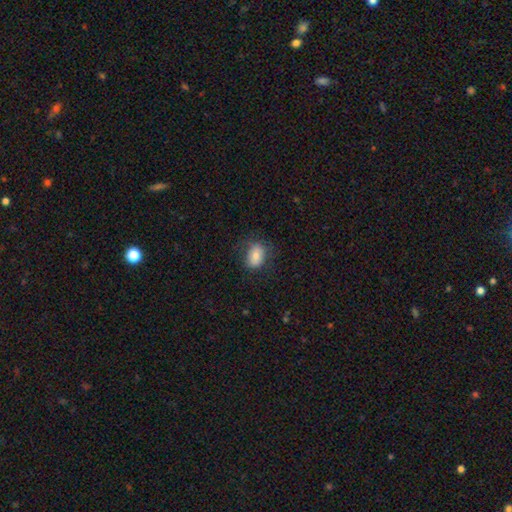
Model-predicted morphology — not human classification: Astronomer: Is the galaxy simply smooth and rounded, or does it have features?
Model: smooth — 75%.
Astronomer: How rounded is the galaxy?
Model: in between — 76%.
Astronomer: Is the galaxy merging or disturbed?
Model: none — 73%.